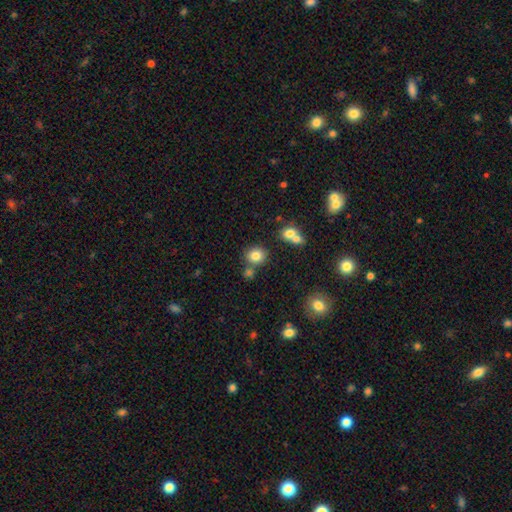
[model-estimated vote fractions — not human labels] This is clearly a smooth galaxy (80%). How rounded: likely round (80%). Merging: likely none (71%).